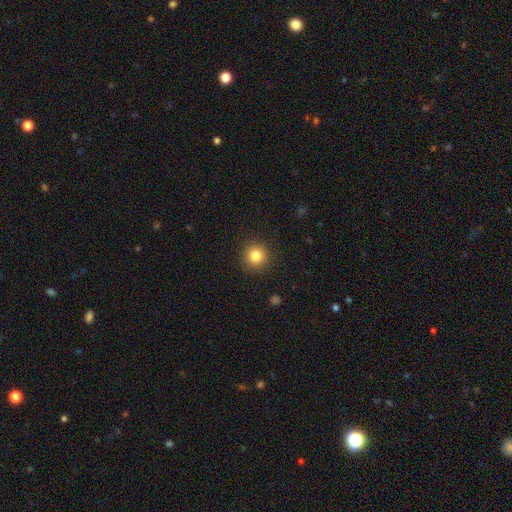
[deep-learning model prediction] The model was most divided on "smooth or featured": smooth: 83%, star or artifact: 11%, featured or disk: 6%. More confident: how rounded — round (94%); merging — none (91%).